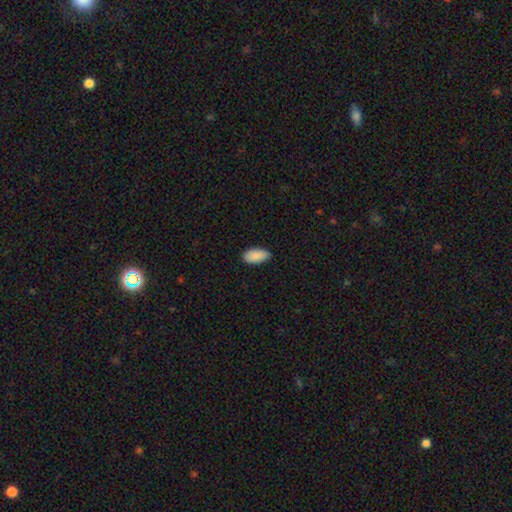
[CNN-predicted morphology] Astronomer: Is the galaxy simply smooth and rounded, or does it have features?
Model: smooth — 90%.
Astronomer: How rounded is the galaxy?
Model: in between — 94%.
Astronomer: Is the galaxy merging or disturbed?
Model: none — 85%.